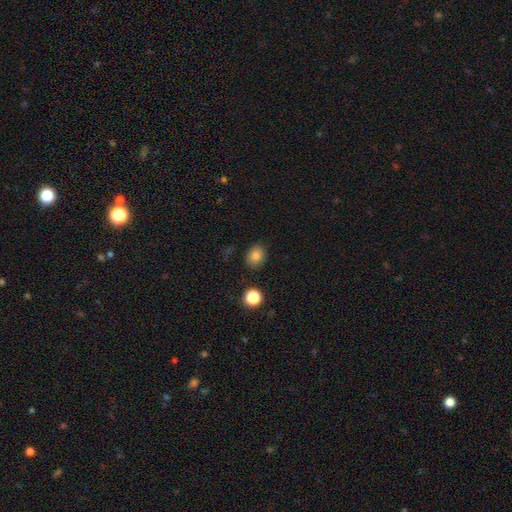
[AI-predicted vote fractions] Smooth or featured? Predicted: smooth (p=0.80). How rounded? Predicted: round (p=0.53). Merging? Predicted: none (p=0.87).